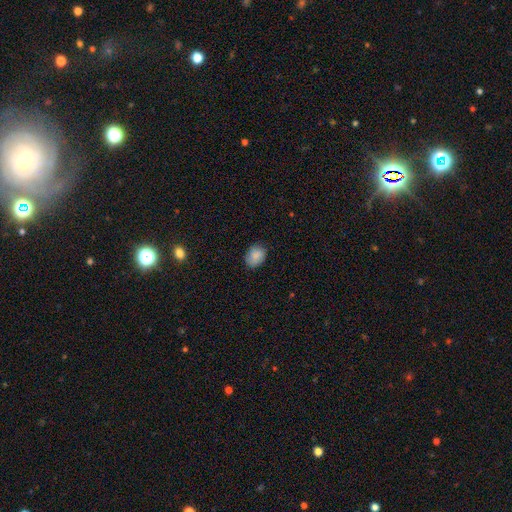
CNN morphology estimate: This is clearly a smooth galaxy (87%). How rounded: likely in between (65%). Merging: likely none (80%).